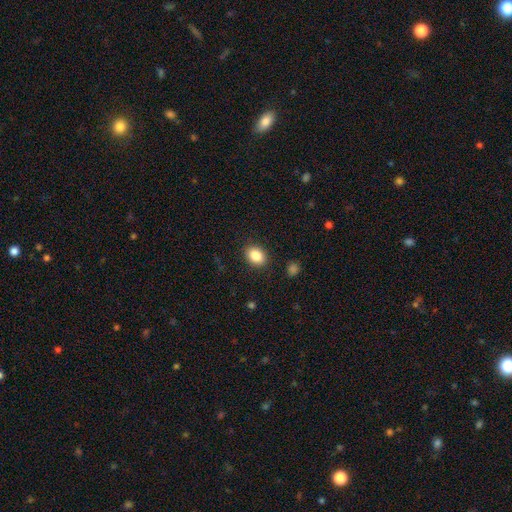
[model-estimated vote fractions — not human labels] Morphology: type=smooth (86%); roundness=in between (65%); merging=none (89%).